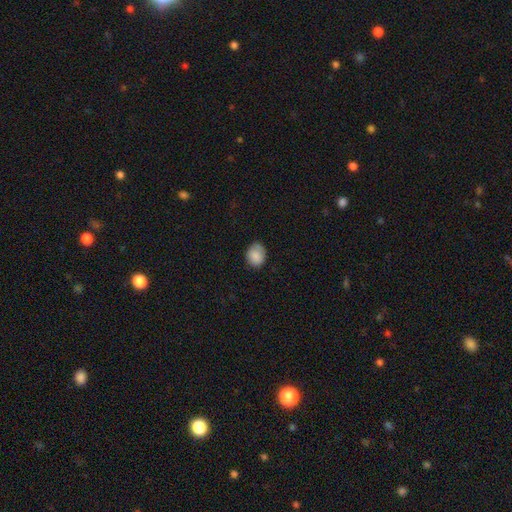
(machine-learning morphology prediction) This is clearly a smooth galaxy (85%). How rounded: possibly round (54%). Merging: likely none (68%).